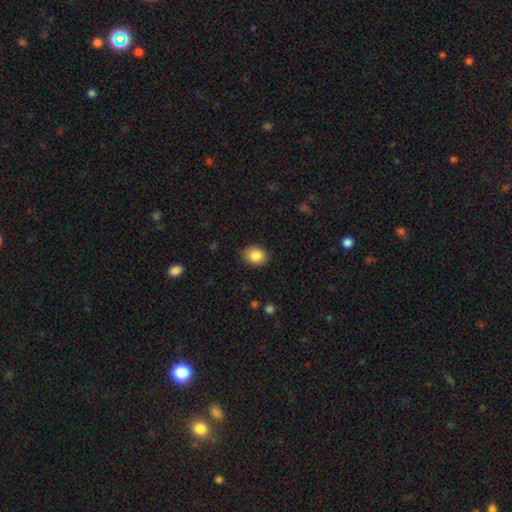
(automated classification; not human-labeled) A smooth galaxy with no disk features (85%) that is in between round and cigar-shaped (56%). Merging: none (83%).